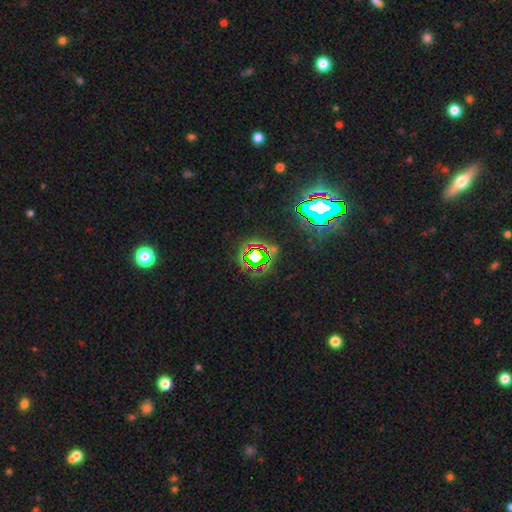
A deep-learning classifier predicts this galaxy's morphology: type=star or artifact (71%).